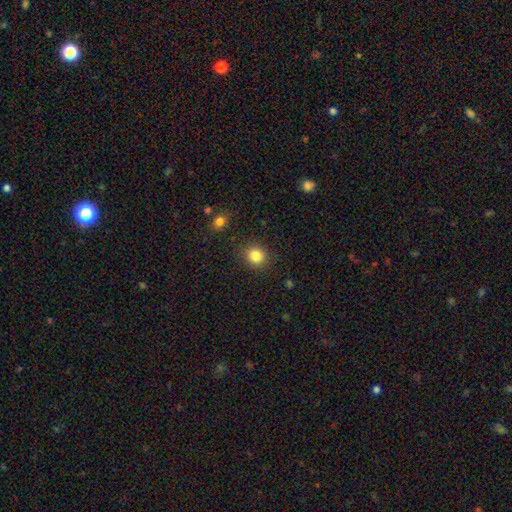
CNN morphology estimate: A smooth galaxy with no disk features (84%) that is round (85%).

Vote fractions:
- Smooth or featured? smooth: 84% / star or artifact: 11% / featured or disk: 5%
- How rounded? round: 85% / in between: 14% / cigar-shaped: 1%
- Merging? none: 89% / minor disturbance: 7% / major disturbance: 3% / merger: 2%